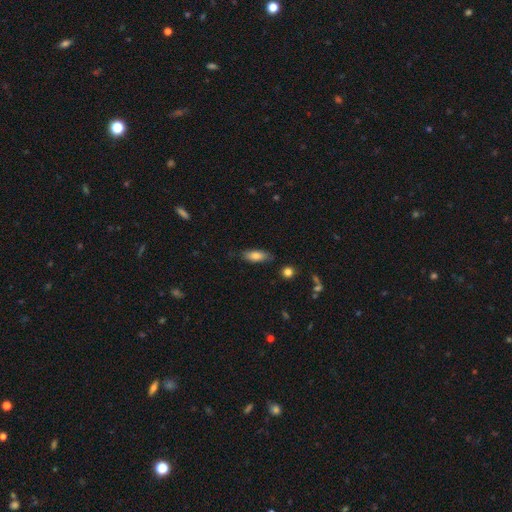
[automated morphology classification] This appears to be a smooth galaxy with no disk features (79%) that is in between round and cigar-shaped (71%). Merging: none (78%).